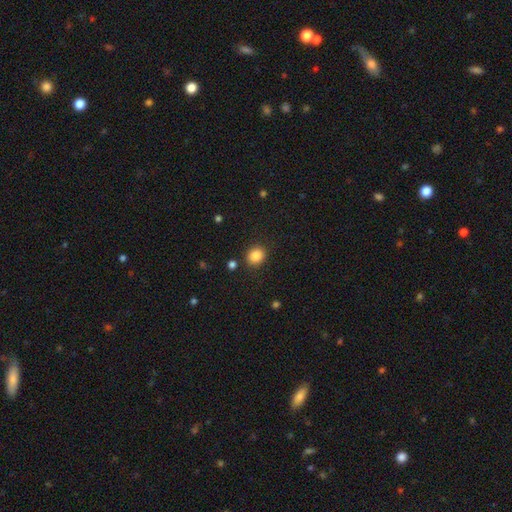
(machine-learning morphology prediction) Smooth or featured? smooth (86%)
How rounded? round (72%)
Merging? none (87%)